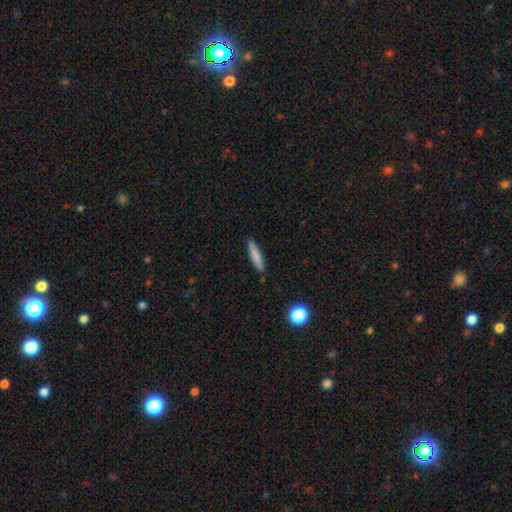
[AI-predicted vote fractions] This appears to be a smooth galaxy with no disk features (81%) that is cigar-shaped (85%). Merging: none (87%).